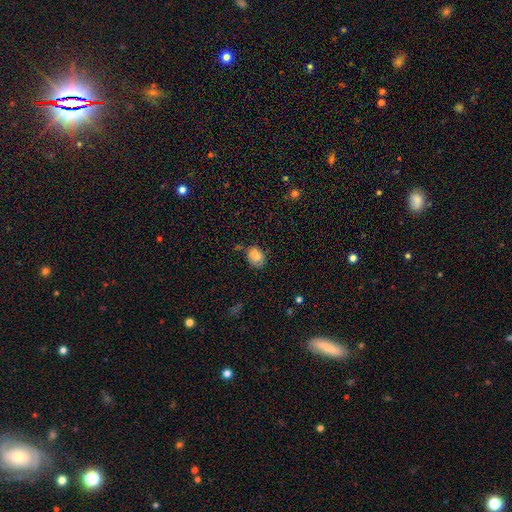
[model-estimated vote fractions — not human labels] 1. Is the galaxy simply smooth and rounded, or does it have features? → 74% smooth, 15% featured or disk, 11% star or artifact.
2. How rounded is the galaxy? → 65% in between, 34% round, 1% cigar-shaped.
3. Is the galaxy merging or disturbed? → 61% none, 27% minor disturbance, 7% major disturbance, 5% merger.